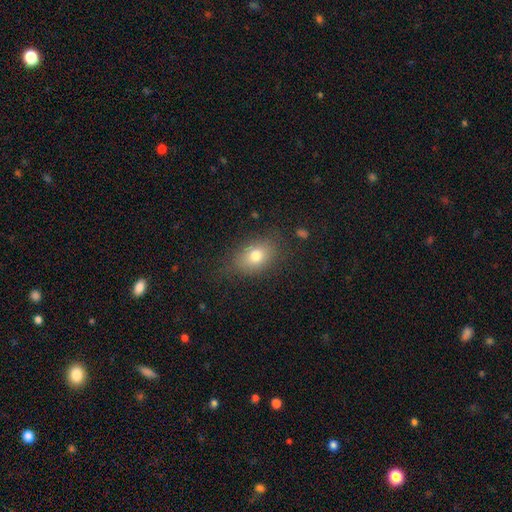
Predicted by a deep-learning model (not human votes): The model was most divided on "how rounded": in between: 72%, round: 27%, cigar-shaped: 2%. More confident: smooth or featured — smooth (77%); merging — none (74%).